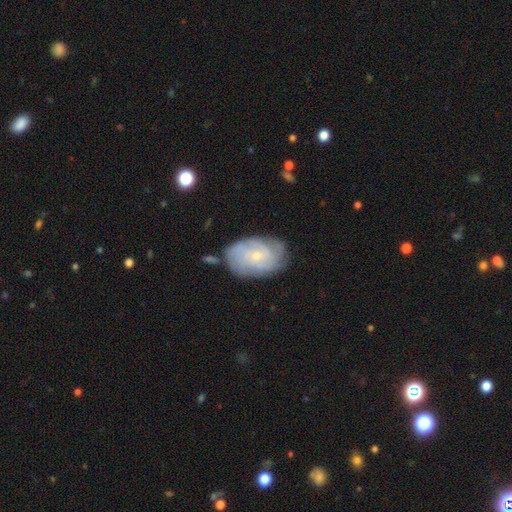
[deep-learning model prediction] Smooth or featured?
  - featured or disk: 69% *
  - smooth: 24%
  - star or artifact: 7%
Edge-on disk?
  - no: 96% *
  - yes: 4%
Bar?
  - no: 72% *
  - weak: 24%
  - strong: 4%
Spiral arms?
  - yes: 87% *
  - no: 13%
Spiral winding?
  - tight: 66% *
  - medium: 26%
  - loose: 8%
Spiral arm count?
  - can't tell: 48% *
  - 2: 15%
  - 3: 14%
  - 4: 13%
  - more than 4: 5%
  - 1: 4%
Bulge size?
  - small: 76% *
  - moderate: 21%
  - none: 2%
  - large: 1%
  - dominant: 1%
Merging?
  - none: 71% *
  - minor disturbance: 20%
  - major disturbance: 6%
  - merger: 3%